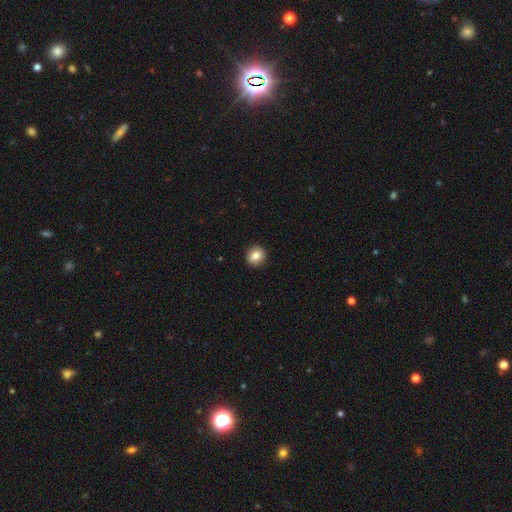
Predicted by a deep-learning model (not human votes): Smooth or featured? smooth (83%)
How rounded? round (91%)
Merging? none (93%)